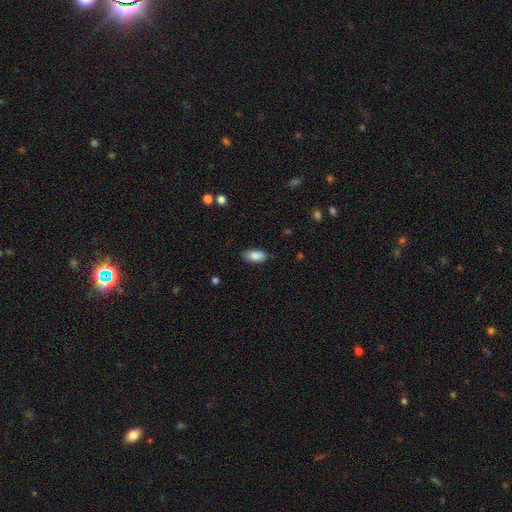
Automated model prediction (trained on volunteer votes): This appears to be a smooth galaxy with no disk features (85%) that is in between round and cigar-shaped (91%). Merging: none (81%).